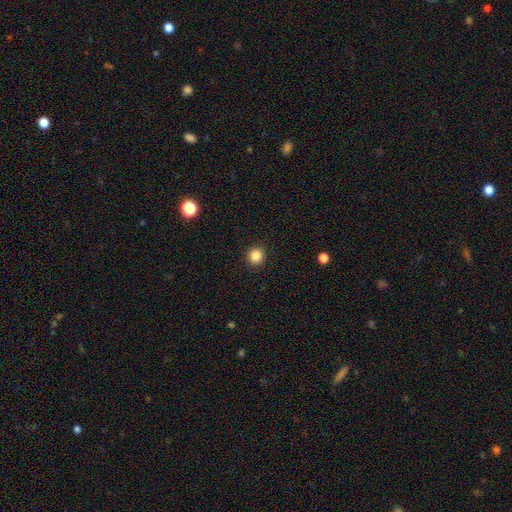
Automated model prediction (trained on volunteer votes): The model was most divided on "smooth or featured": smooth: 85%, star or artifact: 11%, featured or disk: 4%. More confident: merging — none (92%); how rounded — round (92%).